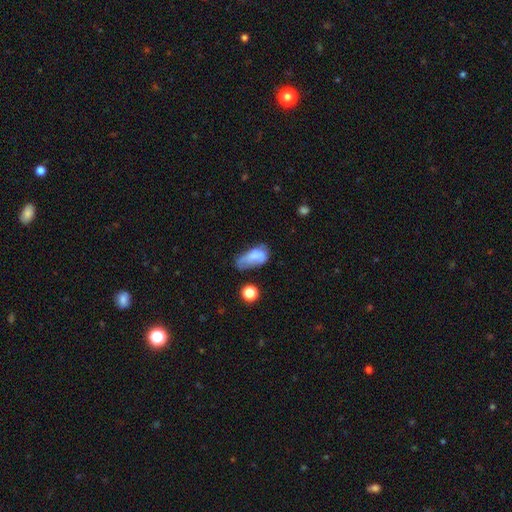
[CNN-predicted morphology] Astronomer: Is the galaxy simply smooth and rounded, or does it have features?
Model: smooth — 63%.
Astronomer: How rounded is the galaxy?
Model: in between — 86%.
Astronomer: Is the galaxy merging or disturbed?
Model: minor disturbance — 32% (runner-up: major disturbance, 29%).